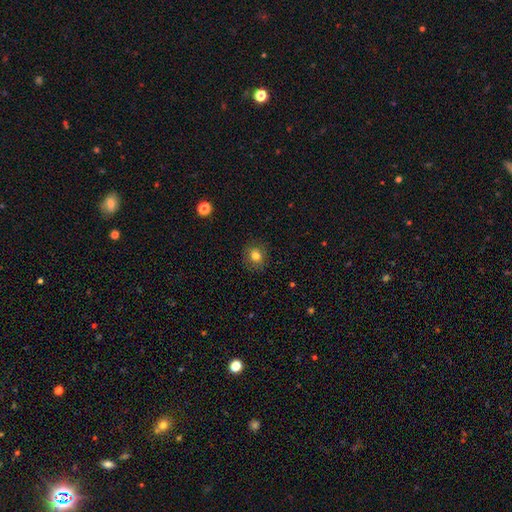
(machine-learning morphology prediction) smooth_or_featured: smooth (p=0.80) [alt: star or artifact p=0.11]
how_rounded: round (p=0.81) [alt: in between p=0.18]
merging: none (p=0.88) [alt: minor disturbance p=0.09]